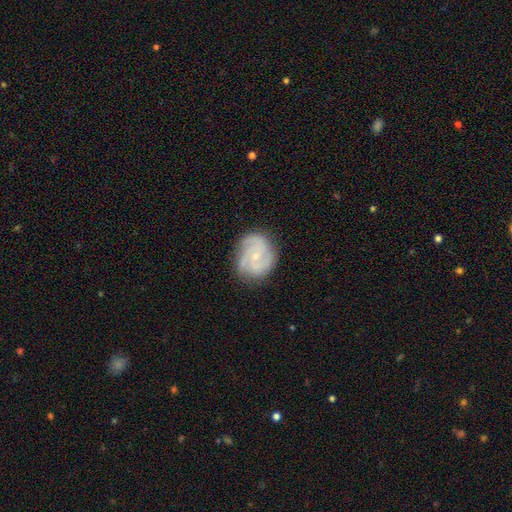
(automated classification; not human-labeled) This is likely a featured or disk galaxy (78%). It is clearly not viewed edge-on (98%). Bar: likely no (72%). Spiral arm pattern: clearly yes (94%). Spiral arm count: possibly 3 (48%). Spiral winding: possibly tight (53%). Central bulge: likely small (73%). Merging: likely none (73%).